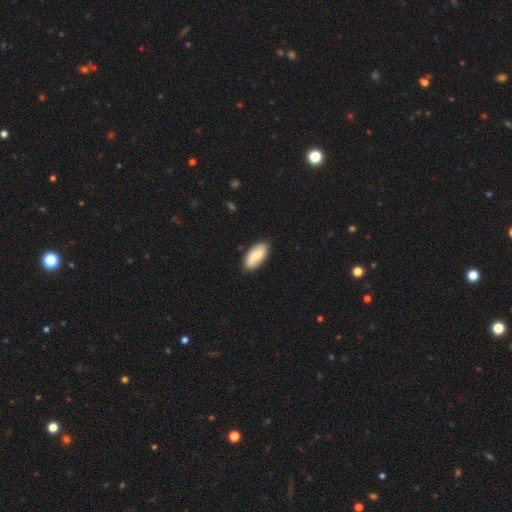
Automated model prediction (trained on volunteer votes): Morphology: type=smooth (66%); roundness=in between (89%); merging=none (86%).